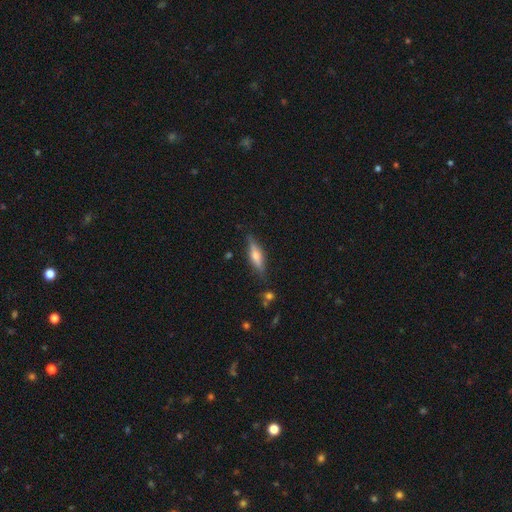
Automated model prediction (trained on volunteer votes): Overall: featured or disk (57%; smooth 36%). Edge-on disk: yes (94%). Edge-on bulge: rounded (83%). Merging: none (82%).